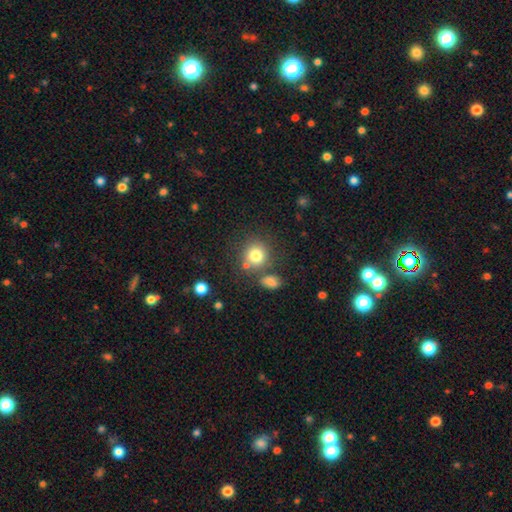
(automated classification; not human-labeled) This appears to be a smooth galaxy with no disk features (80%) that is round (87%). Merging: none (70%).